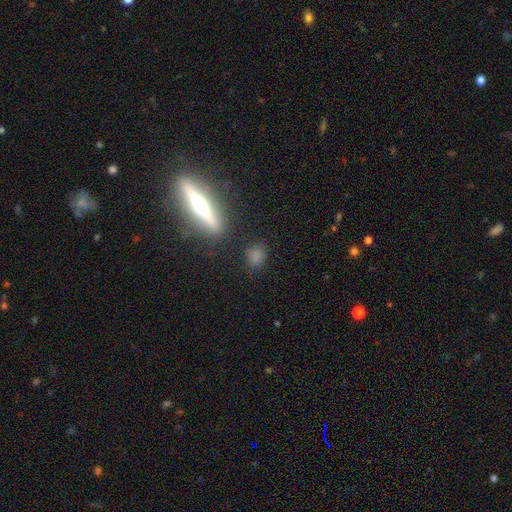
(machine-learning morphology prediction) A smooth galaxy with no disk features (74%) that is in between round and cigar-shaped (47%). Merging: none (76%).